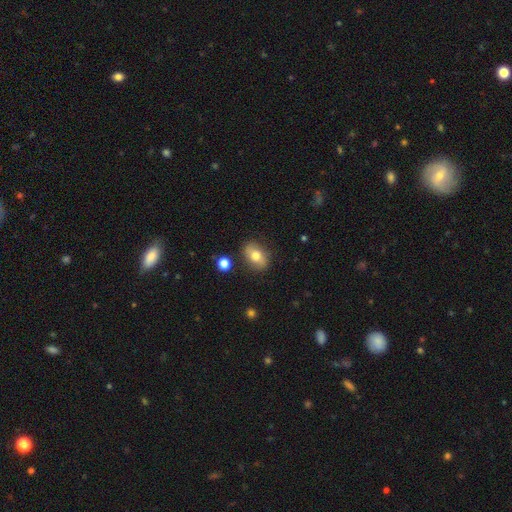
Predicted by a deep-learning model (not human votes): Overall: smooth (64%; featured or disk 27%). How rounded: in between (79%). Merging: none (82%).